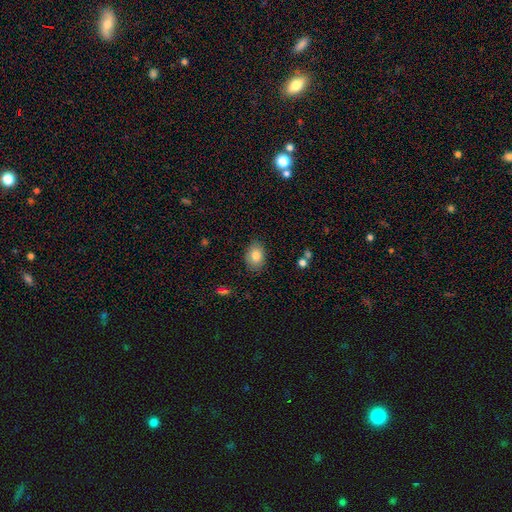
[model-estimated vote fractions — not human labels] smooth 83%, featured or disk 8%, star or artifact 8%. Down the decision tree: how rounded — in between (75%); merging — none (84%).